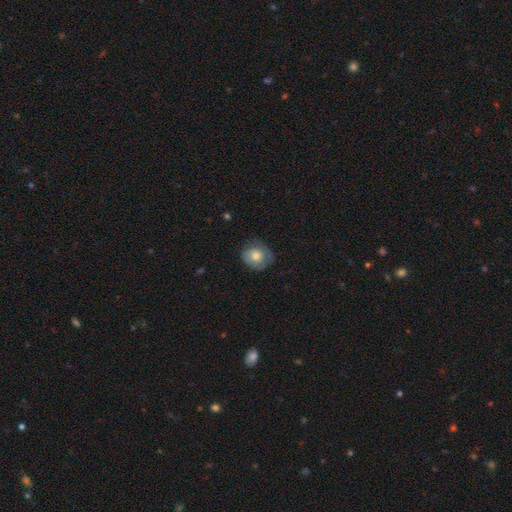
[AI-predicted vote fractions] Smooth or featured? Predicted: smooth (p=0.70). How rounded? Predicted: round (p=0.74). Merging? Predicted: none (p=0.70).